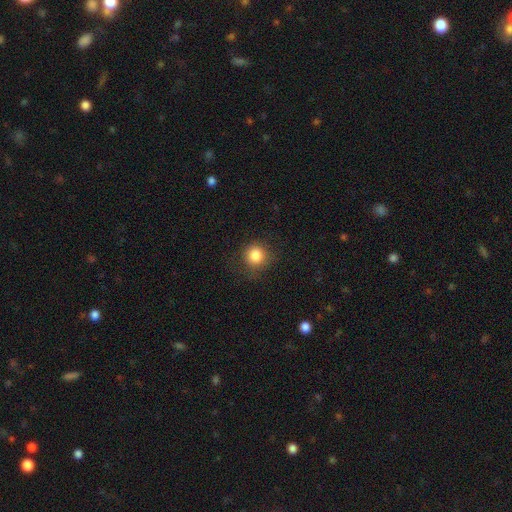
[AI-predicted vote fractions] Smooth or featured? Predicted: smooth (p=0.84). How rounded? Predicted: round (p=0.91). Merging? Predicted: none (p=0.81).